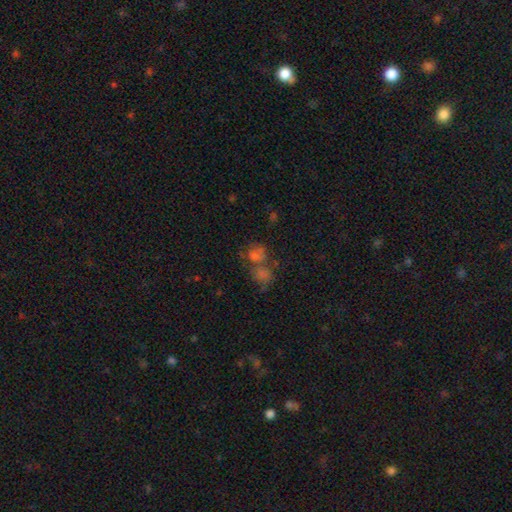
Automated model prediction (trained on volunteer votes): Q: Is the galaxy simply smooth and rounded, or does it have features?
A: smooth — 57%.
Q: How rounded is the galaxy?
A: round — 60%.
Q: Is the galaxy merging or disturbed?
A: merger — 48%.